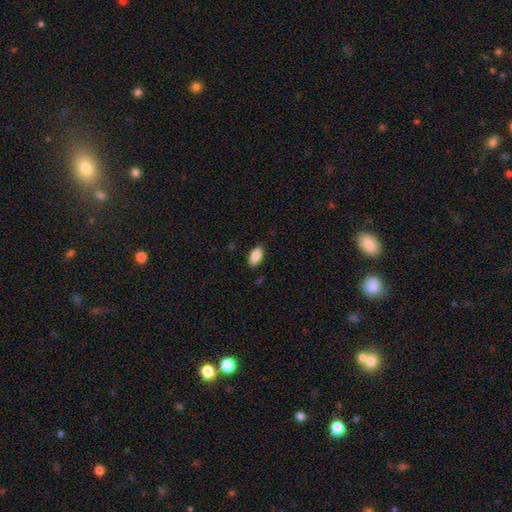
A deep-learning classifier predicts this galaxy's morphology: The model was most divided on "merging": none: 87%, minor disturbance: 10%, major disturbance: 2%, merger: 1%. More confident: how rounded — in between (94%); smooth or featured — smooth (89%).